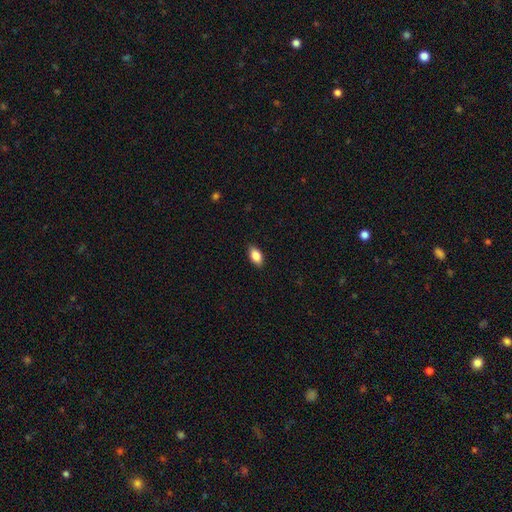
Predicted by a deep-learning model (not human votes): Smooth or featured: smooth — 84% (featured or disk — 9%)
How rounded: in between — 89% (cigar-shaped — 5%)
Merging: none — 88% (minor disturbance — 10%)